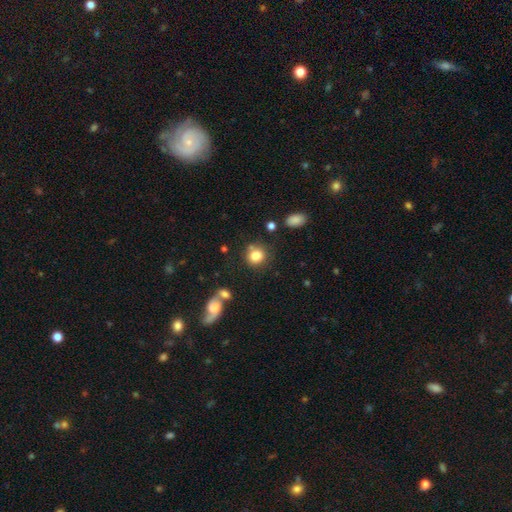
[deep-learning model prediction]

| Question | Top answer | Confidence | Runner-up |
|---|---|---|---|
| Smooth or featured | smooth | 82% | star or artifact (10%) |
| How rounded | round | 81% | in between (18%) |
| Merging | none | 70% | minor disturbance (15%) |